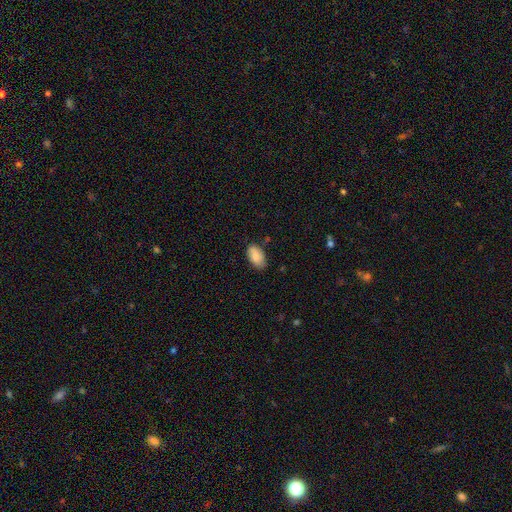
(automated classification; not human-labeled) The model was most divided on "merging": none: 74%, minor disturbance: 21%, major disturbance: 3%, merger: 2%. More confident: how rounded — in between (94%); smooth or featured — smooth (85%).